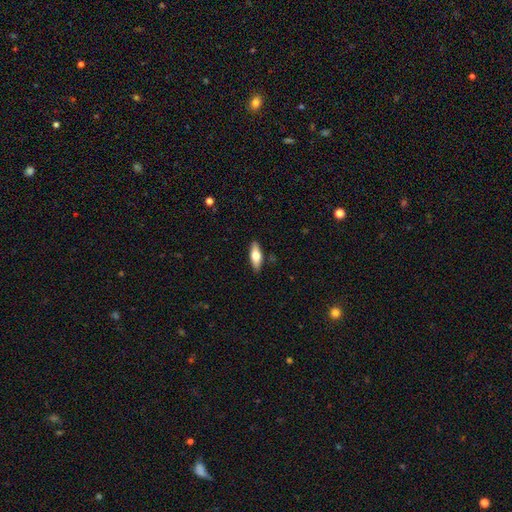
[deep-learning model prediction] Smooth or featured?
  - smooth: 62% *
  - featured or disk: 32%
  - star or artifact: 6%
How rounded?
  - in between: 64% *
  - cigar-shaped: 34%
  - round: 3%
Merging?
  - none: 88% *
  - minor disturbance: 9%
  - major disturbance: 2%
  - merger: 1%